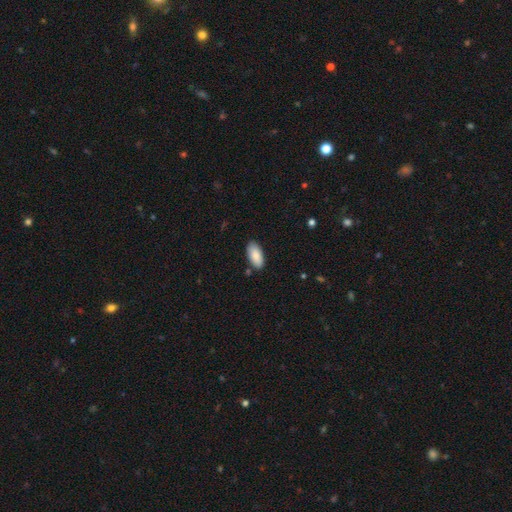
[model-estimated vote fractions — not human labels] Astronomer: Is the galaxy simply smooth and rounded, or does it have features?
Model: smooth — 88%.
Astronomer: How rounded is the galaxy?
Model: in between — 92%.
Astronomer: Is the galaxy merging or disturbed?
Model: none — 83%.